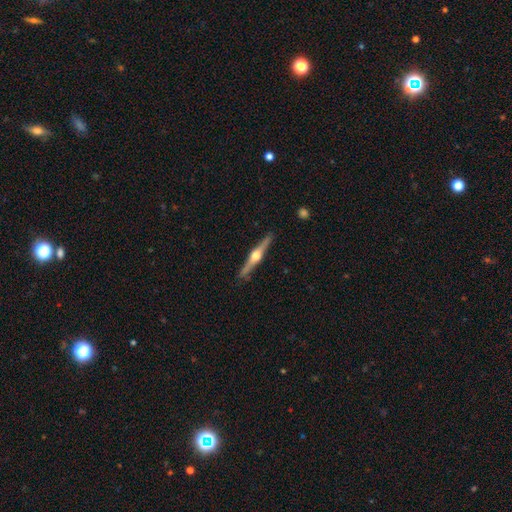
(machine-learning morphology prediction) Smooth or featured: featured or disk — 79% (smooth — 16%)
Edge-on disk: yes — 98% (no — 2%)
Edge-on bulge: rounded — 96% (boxy — 2%)
Merging: none — 90% (minor disturbance — 7%)